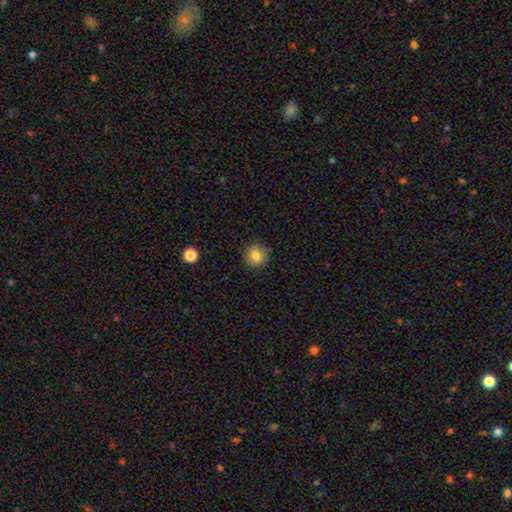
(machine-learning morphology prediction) This appears to be a smooth galaxy with no disk features (81%) that is round (89%). Merging: none (88%).